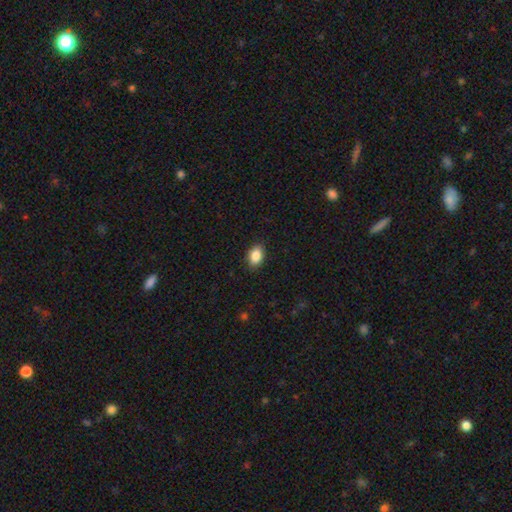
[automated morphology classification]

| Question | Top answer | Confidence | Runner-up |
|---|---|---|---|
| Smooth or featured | smooth | 88% | star or artifact (8%) |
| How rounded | in between | 86% | round (13%) |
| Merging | none | 89% | minor disturbance (8%) |